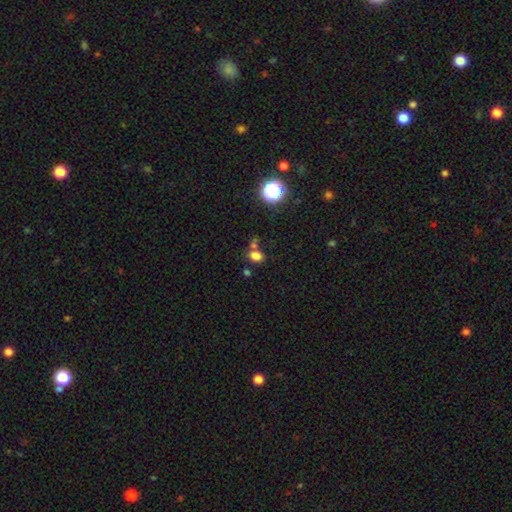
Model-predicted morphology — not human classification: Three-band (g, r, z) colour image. It shows a smooth galaxy with no disk features (76%) that is in between round and cigar-shaped (62%). Merging: none (56%).